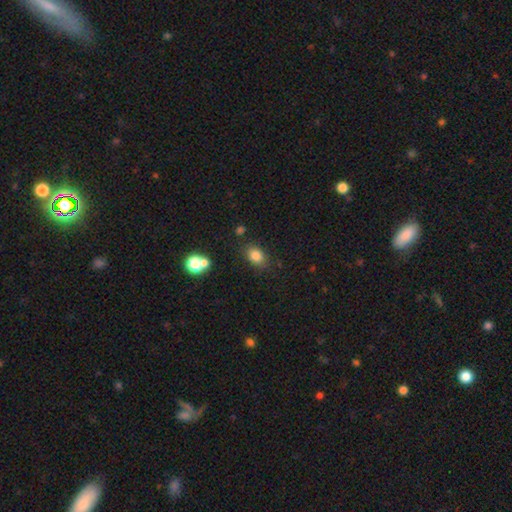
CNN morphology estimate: A smooth galaxy with no disk features (82%) that is in between round and cigar-shaped (75%).

Vote fractions:
- Smooth or featured? smooth: 82% / star or artifact: 11% / featured or disk: 7%
- How rounded? in between: 75% / round: 24% / cigar-shaped: 1%
- Merging? none: 79% / minor disturbance: 13% / merger: 4% / major disturbance: 4%